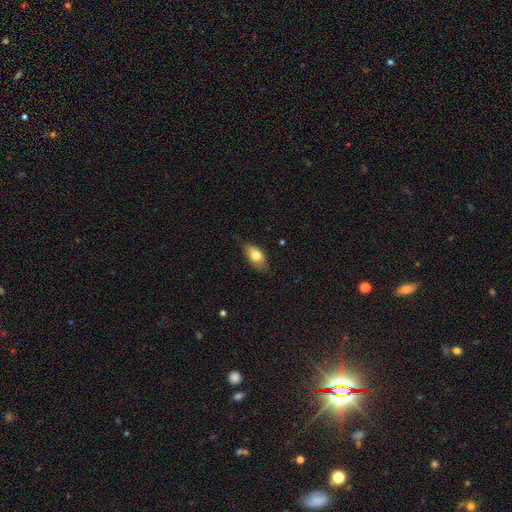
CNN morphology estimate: Q: Smooth or featured?
A: smooth (76%); runner-up: featured or disk (16%)
Q: How rounded?
A: in between (89%); runner-up: round (8%)
Q: Merging?
A: none (75%); runner-up: minor disturbance (21%)